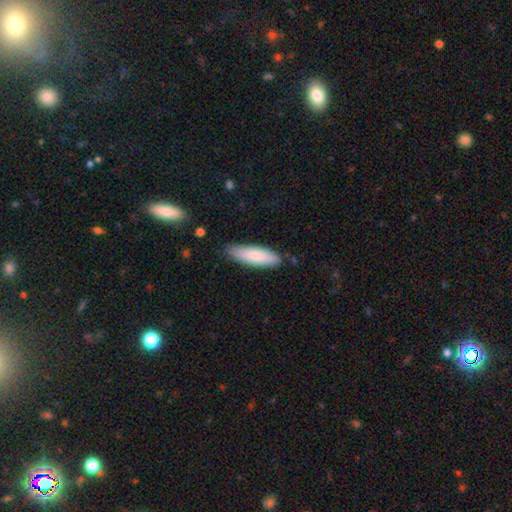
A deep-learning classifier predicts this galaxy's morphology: Smooth or featured?
  - smooth: 82% *
  - featured or disk: 13%
  - star or artifact: 5%
How rounded?
  - cigar-shaped: 54% *
  - in between: 45%
  - round: 1%
Merging?
  - none: 83% *
  - minor disturbance: 13%
  - major disturbance: 2%
  - merger: 2%